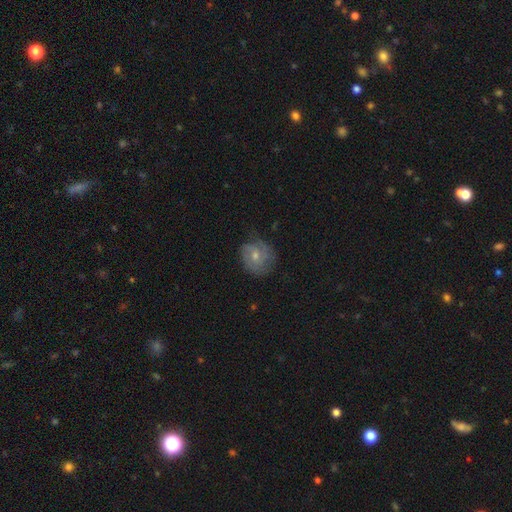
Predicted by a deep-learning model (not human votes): Smooth or featured? Predicted: featured or disk (p=0.52). Edge-on disk? Predicted: no (p=0.97). Bar? Predicted: no (p=0.71). Spiral arms? Predicted: yes (p=0.79). Bulge size? Predicted: moderate (p=0.51). Merging? Predicted: none (p=0.65).